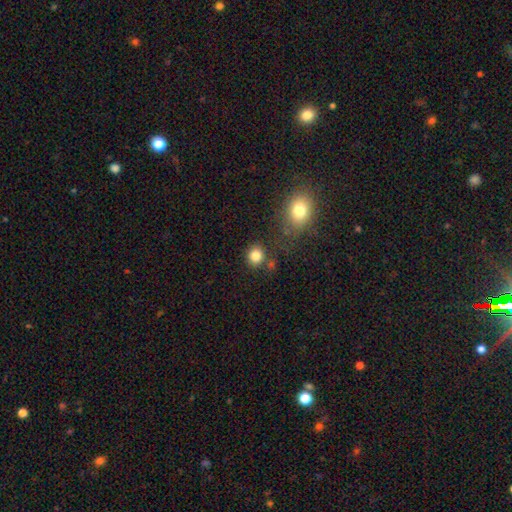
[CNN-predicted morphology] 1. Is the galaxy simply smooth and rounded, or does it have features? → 83% smooth, 12% star or artifact, 6% featured or disk.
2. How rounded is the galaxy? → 82% round, 17% in between, 1% cigar-shaped.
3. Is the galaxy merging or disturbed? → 80% none, 9% minor disturbance, 8% merger, 3% major disturbance.